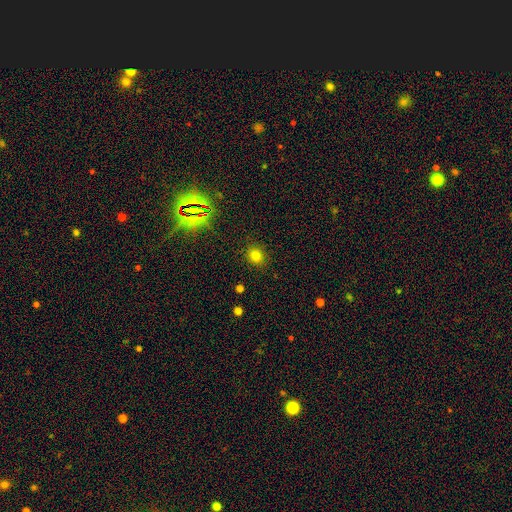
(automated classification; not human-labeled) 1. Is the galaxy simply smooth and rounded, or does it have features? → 76% smooth, 18% star or artifact, 6% featured or disk.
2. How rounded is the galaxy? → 78% round, 21% in between, 1% cigar-shaped.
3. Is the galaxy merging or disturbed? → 88% none, 8% minor disturbance, 3% major disturbance, 1% merger.